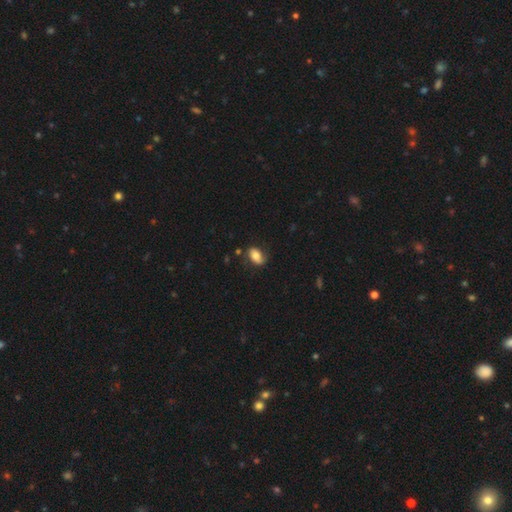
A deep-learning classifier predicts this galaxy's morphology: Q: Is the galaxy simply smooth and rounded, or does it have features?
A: smooth — 68%.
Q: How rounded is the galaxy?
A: in between — 88%.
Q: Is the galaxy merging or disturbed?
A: none — 69%.